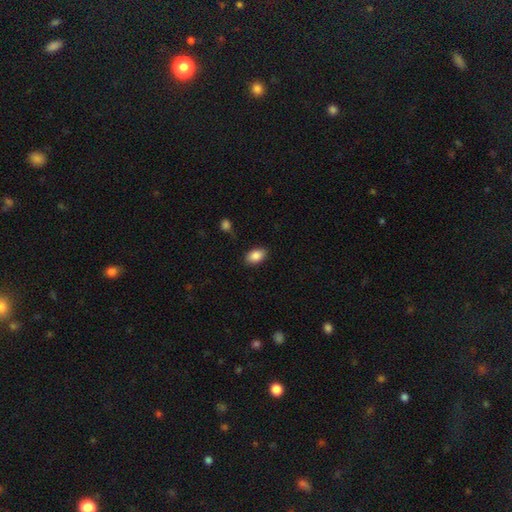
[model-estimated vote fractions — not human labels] Smooth or featured? smooth (87%)
How rounded? in between (90%)
Merging? none (86%)